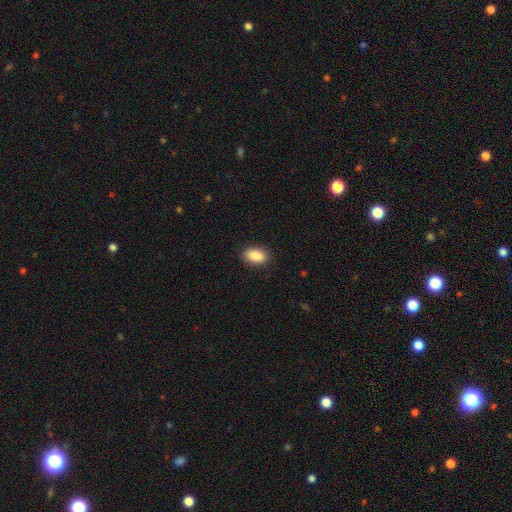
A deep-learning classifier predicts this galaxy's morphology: A smooth galaxy with no disk features (88%) that is in between round and cigar-shaped (88%).

Vote fractions:
- Smooth or featured? smooth: 88% / star or artifact: 7% / featured or disk: 4%
- How rounded? in between: 88% / round: 11% / cigar-shaped: 2%
- Merging? none: 88% / minor disturbance: 8% / major disturbance: 2% / merger: 1%